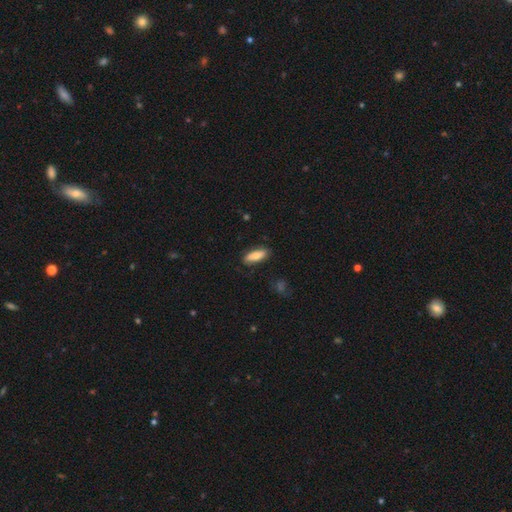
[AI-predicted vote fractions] Smooth or featured: smooth — 77% (featured or disk — 17%)
How rounded: in between — 69% (cigar-shaped — 29%)
Merging: none — 81% (minor disturbance — 14%)